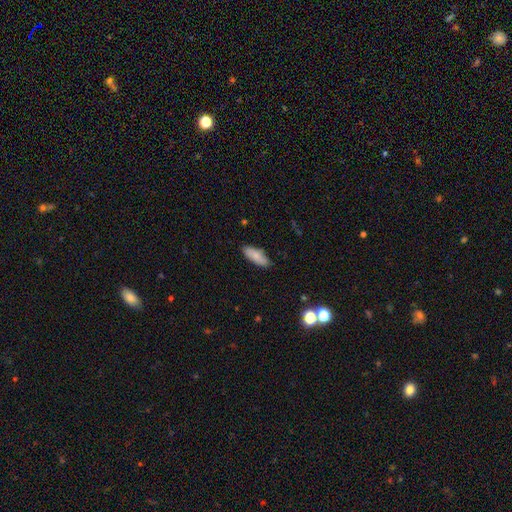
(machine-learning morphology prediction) smooth 80%, featured or disk 14%, star or artifact 6%. Down the decision tree: how rounded — in between (63%); merging — none (82%).